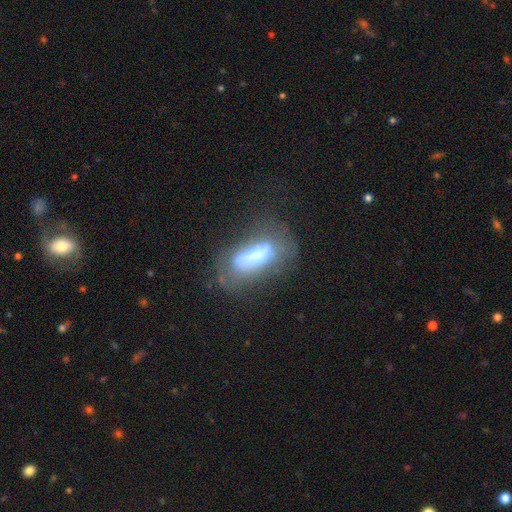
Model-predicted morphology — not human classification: smooth 46%, featured or disk 40%, star or artifact 13%. Down the decision tree: merging — none (53%).